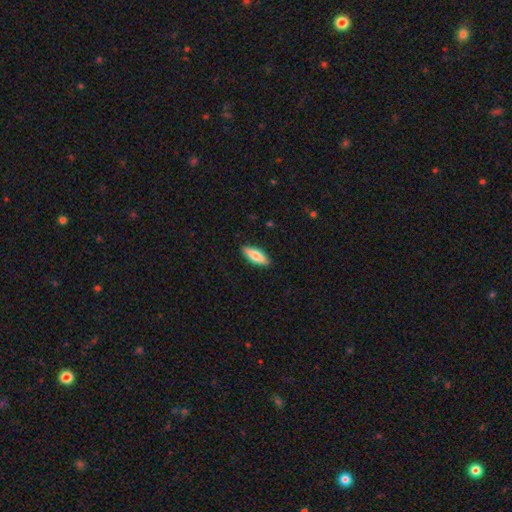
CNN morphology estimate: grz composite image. It shows a smooth galaxy with no disk features (78%) that is in between round and cigar-shaped (58%). Merging: none (89%).